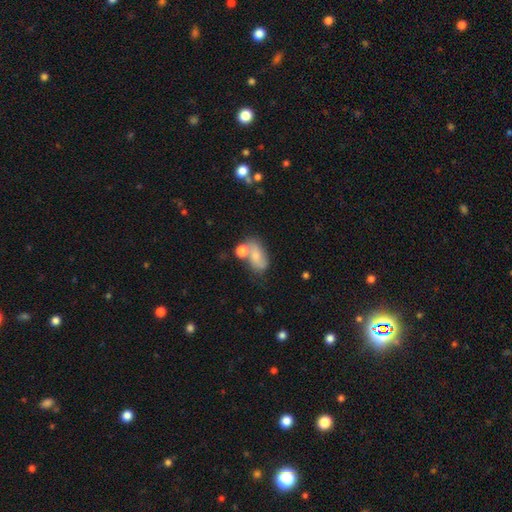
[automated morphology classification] smooth 62%, featured or disk 27%, star or artifact 11%. Down the decision tree: how rounded — in between (83%); merging — none (41%).